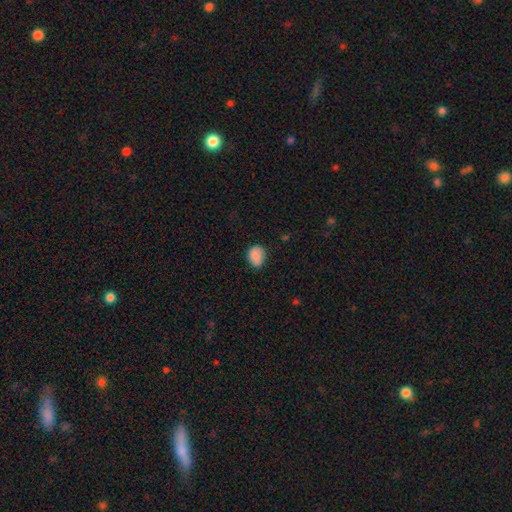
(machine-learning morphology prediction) This is clearly a smooth galaxy (86%). How rounded: possibly in between (57%). Merging: likely none (74%).